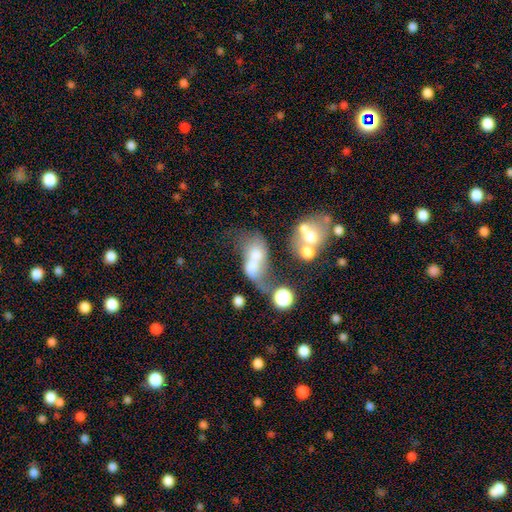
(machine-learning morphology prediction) This appears to be a smooth galaxy with no disk features (46%). Merging: merger (62%).